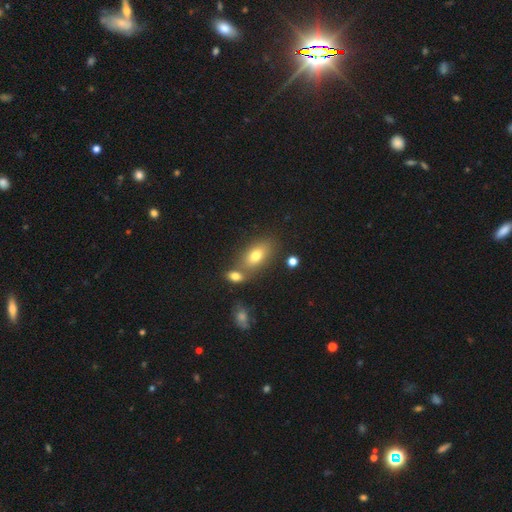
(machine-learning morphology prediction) This is likely a smooth galaxy (75%). How rounded: clearly in between (87%). Merging: possibly none (60%).